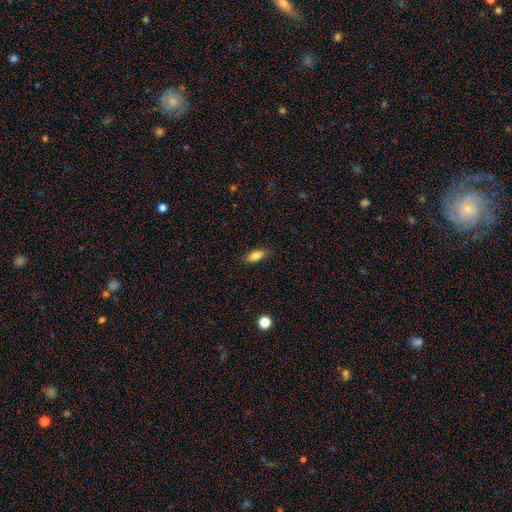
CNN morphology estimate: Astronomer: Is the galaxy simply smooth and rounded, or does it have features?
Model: smooth — 81%.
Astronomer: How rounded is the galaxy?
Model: in between — 80%.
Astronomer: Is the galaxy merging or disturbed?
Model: none — 87%.